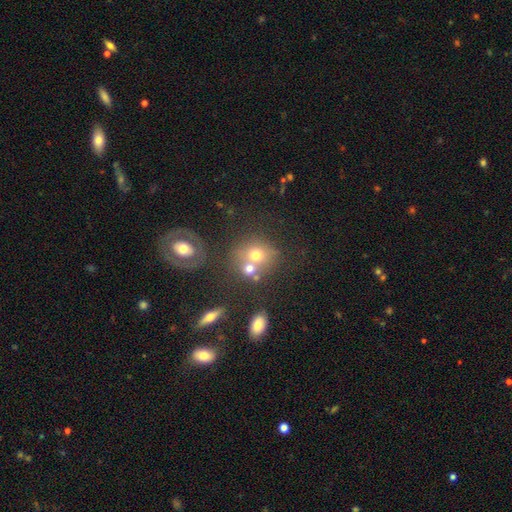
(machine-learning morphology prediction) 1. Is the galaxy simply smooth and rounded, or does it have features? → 61% smooth, 24% featured or disk, 15% star or artifact.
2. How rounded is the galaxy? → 72% round, 27% in between, 1% cigar-shaped.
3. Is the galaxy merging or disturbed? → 41% none, 40% merger, 11% minor disturbance, 8% major disturbance.